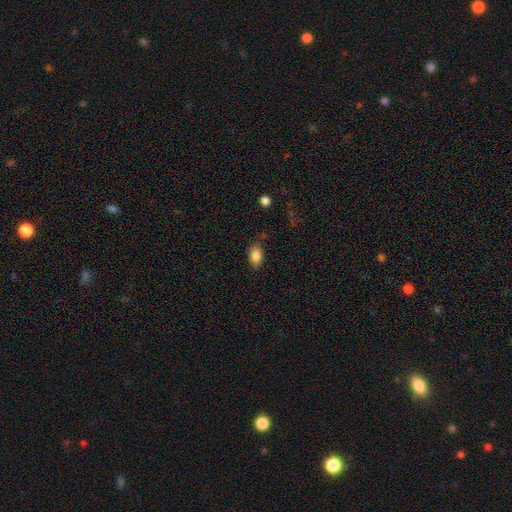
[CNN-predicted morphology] smooth_or_featured: smooth (p=0.86) [alt: star or artifact p=0.08]
how_rounded: in between (p=0.89) [alt: round p=0.09]
merging: none (p=0.77) [alt: minor disturbance p=0.17]